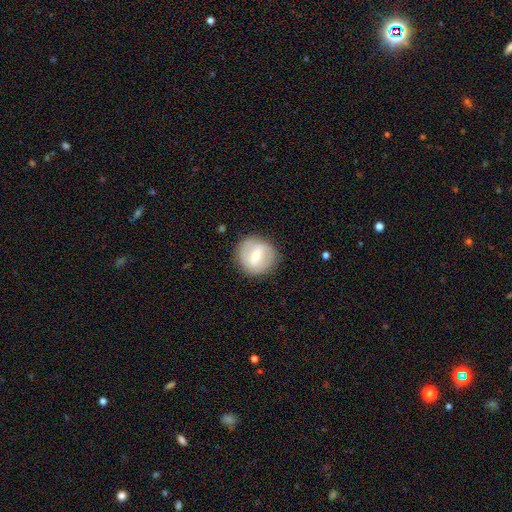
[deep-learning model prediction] Smooth or featured? smooth (48%)
Merging? none (85%)